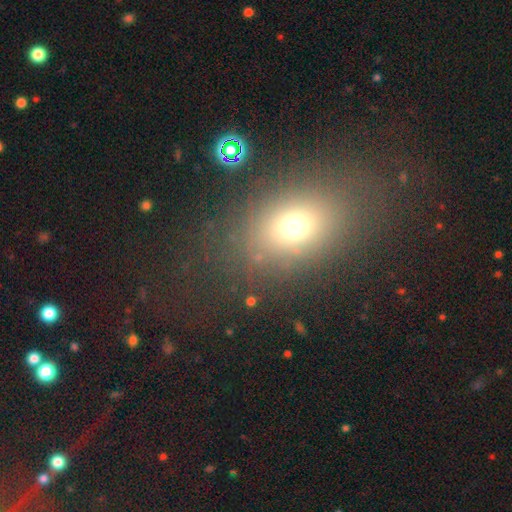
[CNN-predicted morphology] This appears to be a smooth galaxy with no disk features (65%) that is in between round and cigar-shaped (58%). Merging: none (76%).